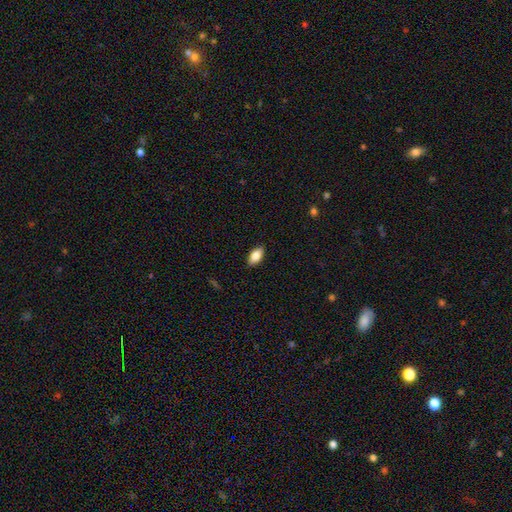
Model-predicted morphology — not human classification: Overall: smooth (83%). How rounded: in between (92%). Merging: none (88%).